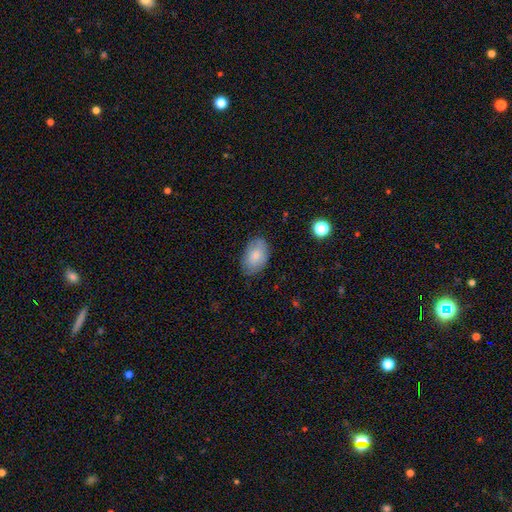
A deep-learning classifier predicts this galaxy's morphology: Overall: smooth (79%). How rounded: in between (92%). Merging: none (77%).